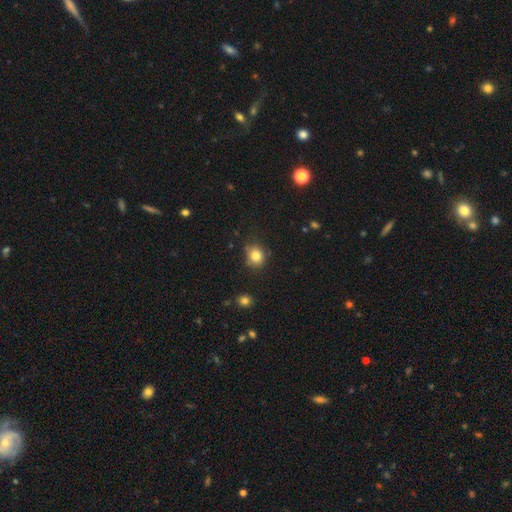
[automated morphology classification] The model was most divided on "how rounded": round: 74%, in between: 25%, cigar-shaped: 1%. More confident: smooth or featured — smooth (81%); merging — none (77%).